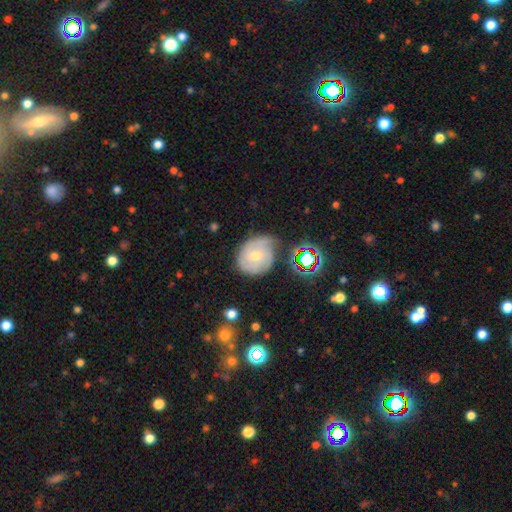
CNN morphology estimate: Smooth or featured?
  - featured or disk: 67% *
  - smooth: 24%
  - star or artifact: 9%
Edge-on disk?
  - no: 97% *
  - yes: 3%
Bar?
  - no: 64% *
  - weak: 31%
  - strong: 5%
Spiral arms?
  - yes: 90% *
  - no: 10%
Spiral winding?
  - tight: 59% *
  - medium: 31%
  - loose: 10%
Spiral arm count?
  - can't tell: 30% * (tied)
  - 2: 30% * (tied)
  - 3: 25%
  - 1: 6%
  - 4: 5%
  - more than 4: 3%
Bulge size?
  - moderate: 52% *
  - small: 44%
  - large: 2%
  - none: 1%
  - dominant: 1%
Merging?
  - none: 52% *
  - minor disturbance: 30%
  - major disturbance: 11%
  - merger: 6%